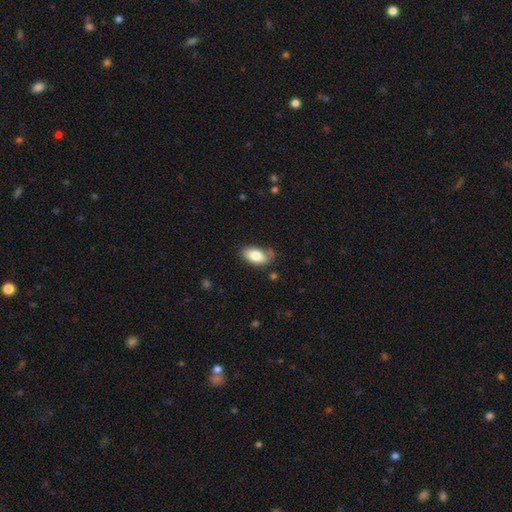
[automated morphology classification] type=smooth (82%); roundness=in between (93%); merging=none (67%).